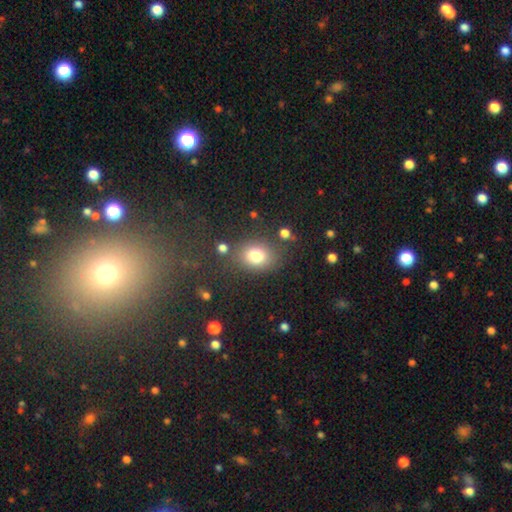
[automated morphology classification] This appears to be a smooth galaxy with no disk features (78%) that is round (50%). Merging: none (75%).